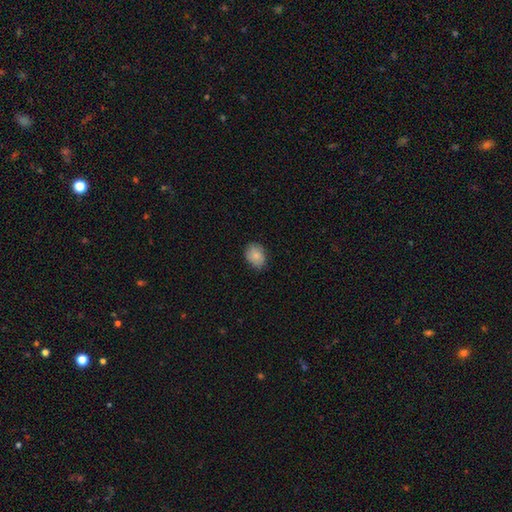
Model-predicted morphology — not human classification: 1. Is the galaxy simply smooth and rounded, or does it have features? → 84% smooth, 8% featured or disk, 7% star or artifact.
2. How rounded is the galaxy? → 69% in between, 30% round, 1% cigar-shaped.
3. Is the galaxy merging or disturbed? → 77% none, 19% minor disturbance, 3% major disturbance, 1% merger.